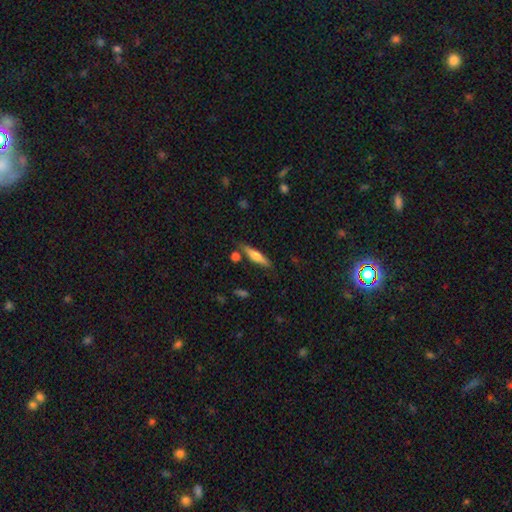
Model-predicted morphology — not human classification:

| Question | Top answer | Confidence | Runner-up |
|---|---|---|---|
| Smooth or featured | smooth | 55% | featured or disk (39%) |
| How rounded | cigar-shaped | 79% | in between (19%) |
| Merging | none | 78% | minor disturbance (13%) |